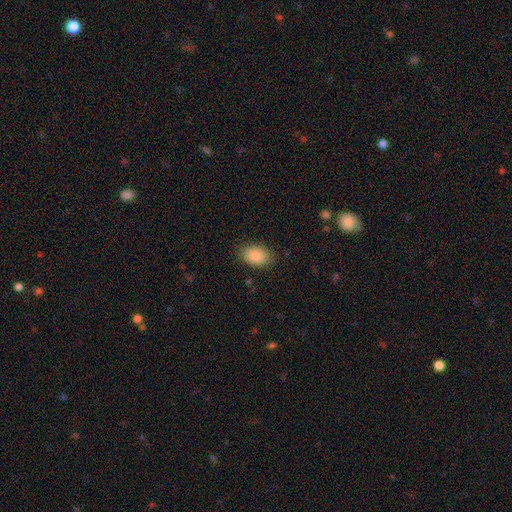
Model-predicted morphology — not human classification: Q: Smooth or featured?
A: smooth (88%); runner-up: star or artifact (7%)
Q: How rounded?
A: in between (86%); runner-up: round (13%)
Q: Merging?
A: none (84%); runner-up: minor disturbance (12%)